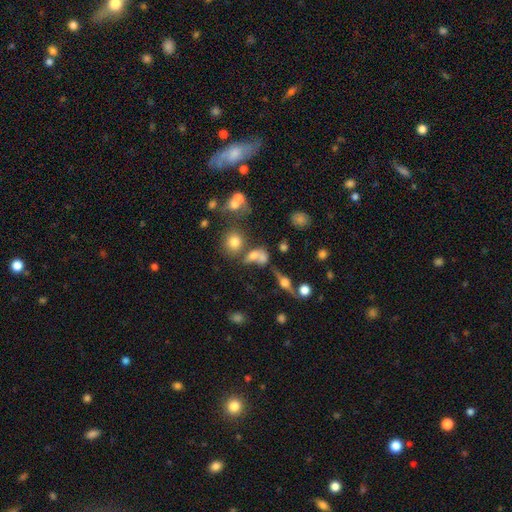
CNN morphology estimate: This appears to be a smooth galaxy with no disk features (56%) that is in between round and cigar-shaped (48%). Merging: none (41%).